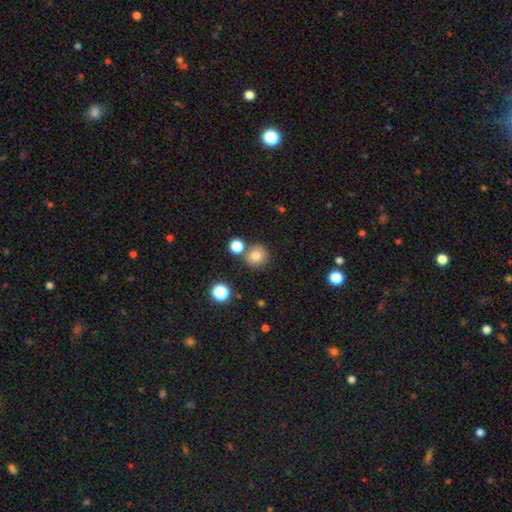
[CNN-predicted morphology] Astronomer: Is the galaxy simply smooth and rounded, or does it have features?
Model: smooth — 79%.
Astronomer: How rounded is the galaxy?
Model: round — 89%.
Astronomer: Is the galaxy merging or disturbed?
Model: none — 72%.